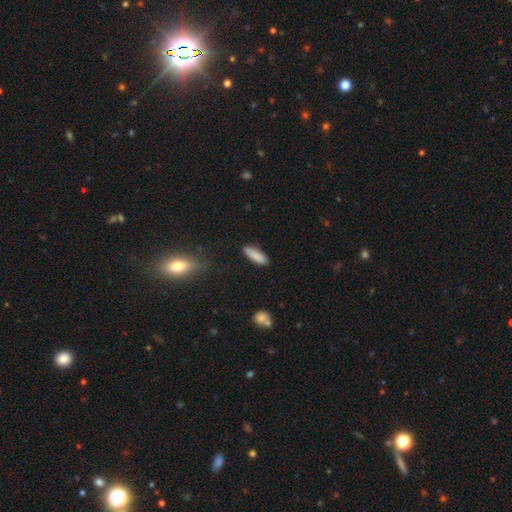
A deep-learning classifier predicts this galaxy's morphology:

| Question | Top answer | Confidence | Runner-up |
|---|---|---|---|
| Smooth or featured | smooth | 87% | star or artifact (7%) |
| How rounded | in between | 51% | cigar-shaped (48%) |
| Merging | none | 86% | minor disturbance (10%) |